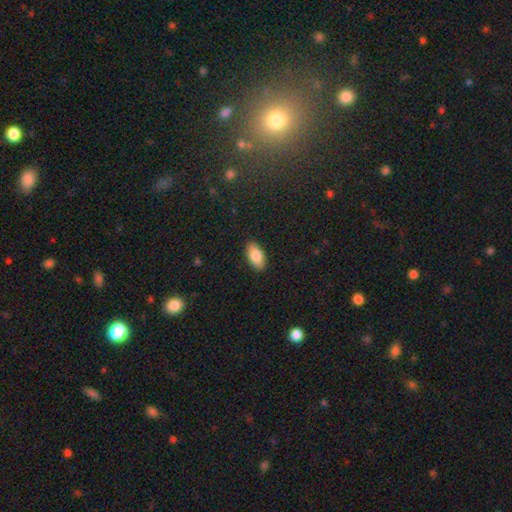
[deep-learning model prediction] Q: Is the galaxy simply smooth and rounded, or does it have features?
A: smooth — 83%.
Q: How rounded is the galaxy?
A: in between — 92%.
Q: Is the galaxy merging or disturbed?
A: none — 89%.